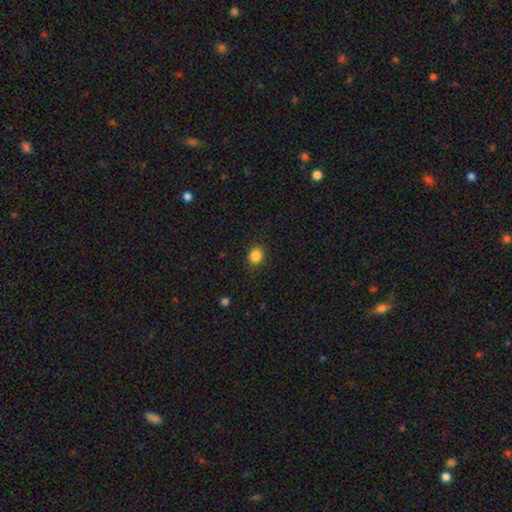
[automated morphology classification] Smooth or featured? smooth (86%)
How rounded? round (73%)
Merging? none (89%)